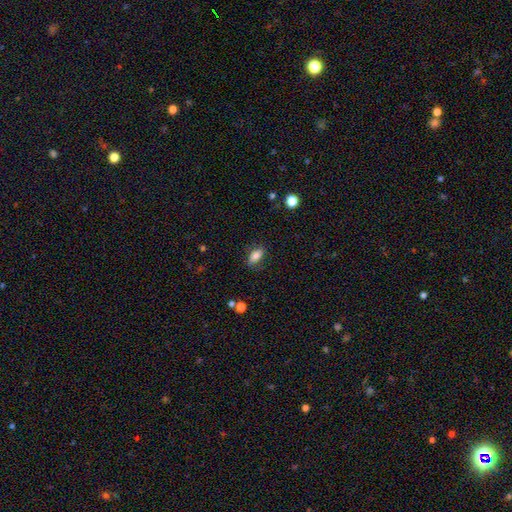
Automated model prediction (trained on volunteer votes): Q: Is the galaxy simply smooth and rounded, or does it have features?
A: smooth — 81%.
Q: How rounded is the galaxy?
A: in between — 88%.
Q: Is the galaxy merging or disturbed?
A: none — 81%.